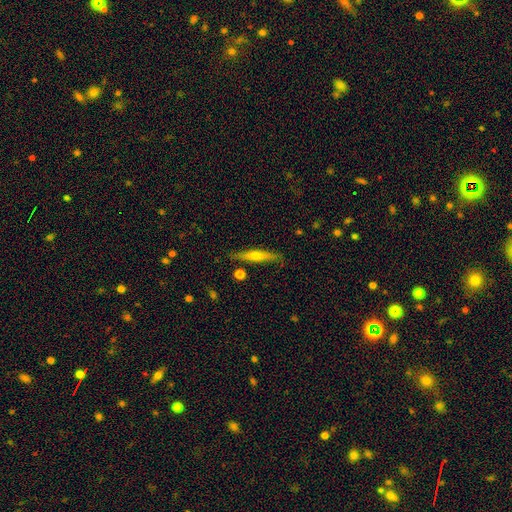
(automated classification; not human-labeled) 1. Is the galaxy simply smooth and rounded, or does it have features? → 51% featured or disk, 42% smooth, 6% star or artifact.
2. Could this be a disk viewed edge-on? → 94% yes, 6% no.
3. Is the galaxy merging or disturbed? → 84% none, 11% minor disturbance, 2% merger, 2% major disturbance.